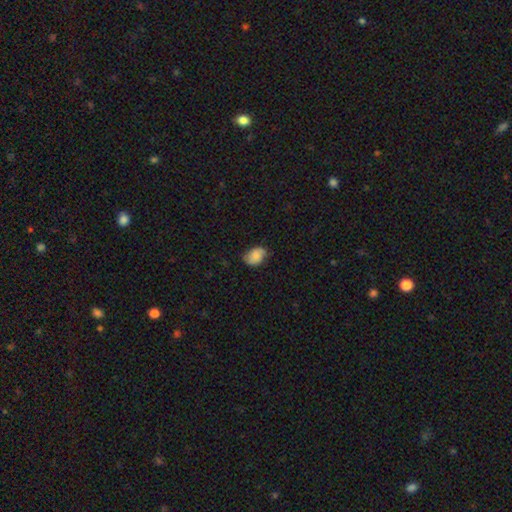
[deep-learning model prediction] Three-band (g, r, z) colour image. It shows a smooth galaxy with no disk features (78%) that is in between round and cigar-shaped (80%). Merging: none (66%).